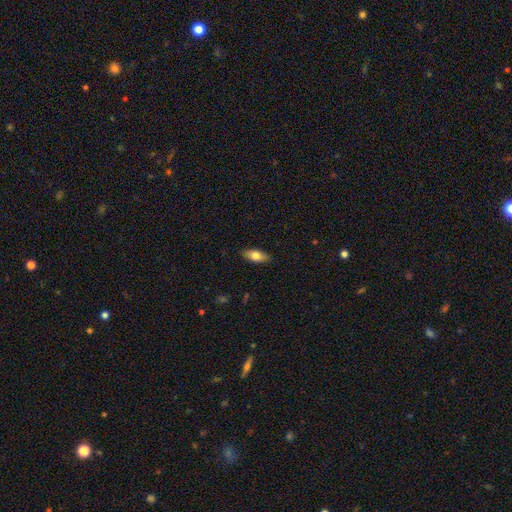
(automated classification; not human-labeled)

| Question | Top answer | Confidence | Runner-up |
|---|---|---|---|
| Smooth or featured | smooth | 72% | featured or disk (21%) |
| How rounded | in between | 81% | cigar-shaped (16%) |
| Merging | none | 87% | minor disturbance (10%) |